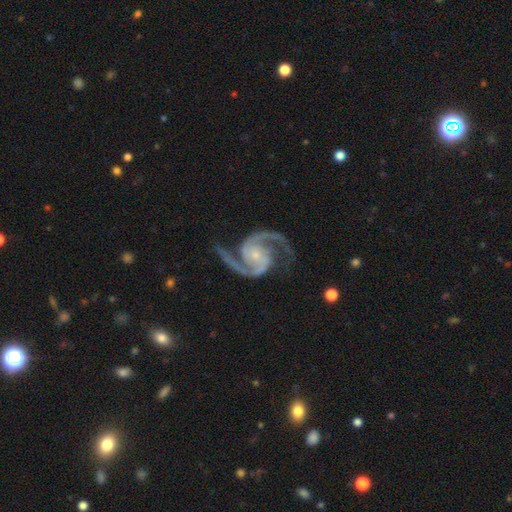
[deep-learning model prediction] This appears to be a featured or disk galaxy (95%) with no bar (62%), 2 (94%) medium (65%) spiral arms (99%) and a small central bulge (69%). Merging: none (77%).